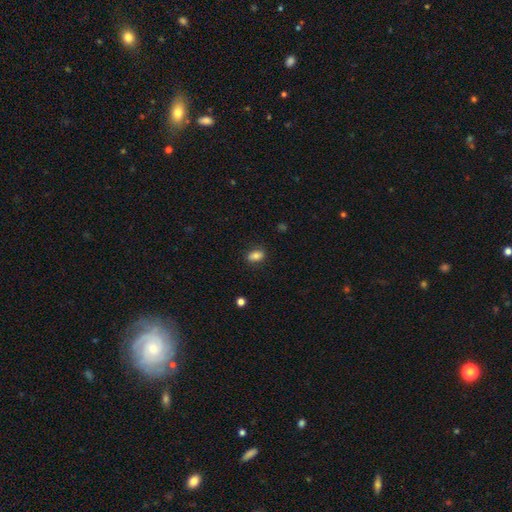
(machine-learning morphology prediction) Smooth or featured? Predicted: smooth (p=0.82). How rounded? Predicted: in between (p=0.85). Merging? Predicted: none (p=0.82).